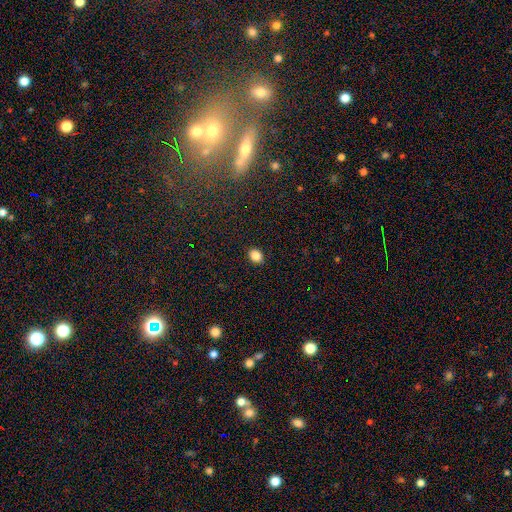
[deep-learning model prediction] smooth 85%, star or artifact 10%, featured or disk 4%. Down the decision tree: how rounded — in between (59%); merging — none (90%).